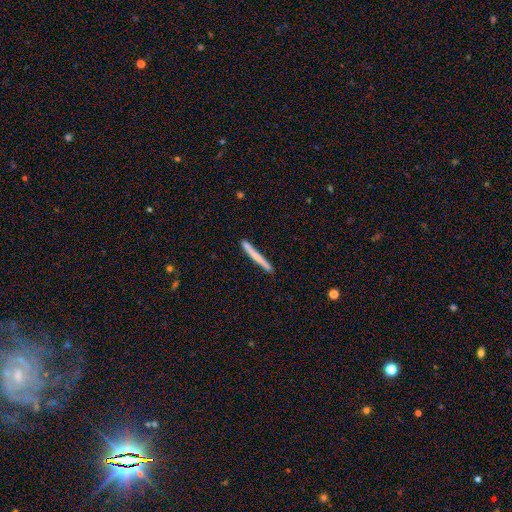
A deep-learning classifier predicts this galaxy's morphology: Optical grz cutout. It shows a smooth galaxy with no disk features (61%) that is cigar-shaped (97%). Merging: none (86%).